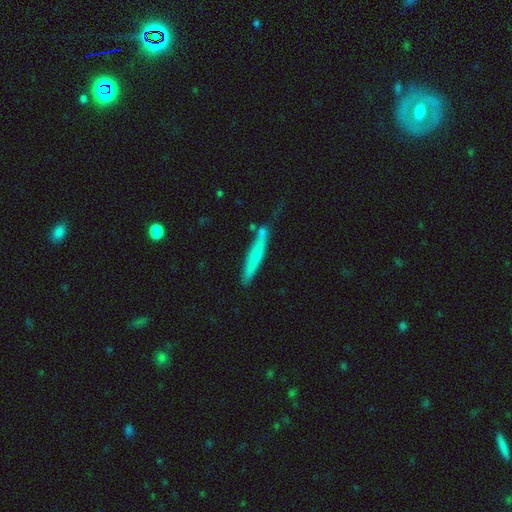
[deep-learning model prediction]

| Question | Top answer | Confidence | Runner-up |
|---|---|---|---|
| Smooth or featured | smooth | 60% | featured or disk (34%) |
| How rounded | cigar-shaped | 94% | in between (4%) |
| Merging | none | 68% | minor disturbance (19%) |